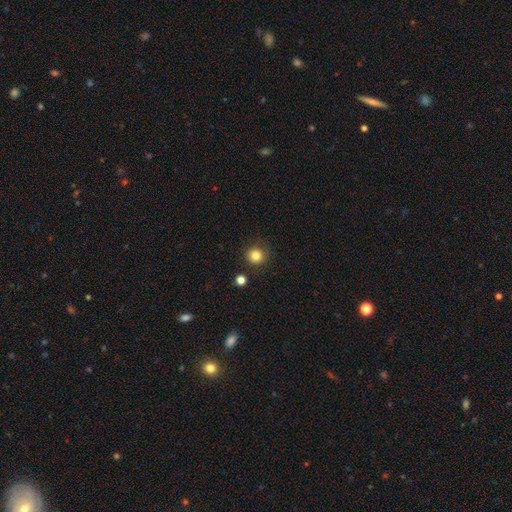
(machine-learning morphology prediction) Overall: smooth (83%). How rounded: round (92%). Merging: none (84%).